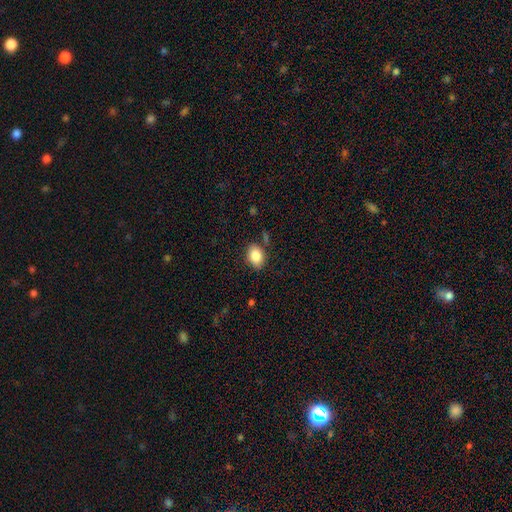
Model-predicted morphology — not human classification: smooth_or_featured: smooth (p=0.85) [alt: star or artifact p=0.08]
how_rounded: in between (p=0.74) [alt: round p=0.25]
merging: none (p=0.81) [alt: minor disturbance p=0.13]